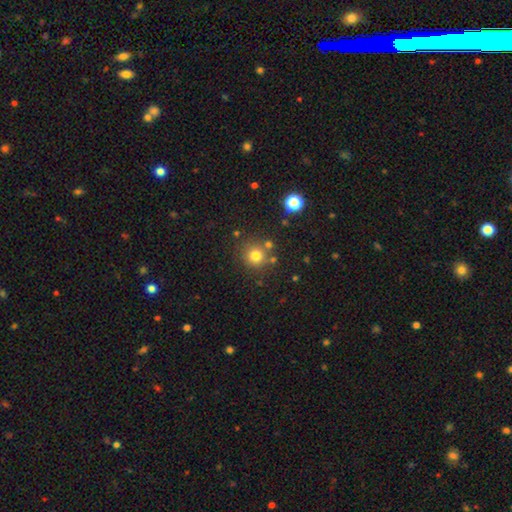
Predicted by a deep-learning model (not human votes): A smooth galaxy with no disk features (77%) that is round (93%).

Vote fractions:
- Smooth or featured? smooth: 77% / star or artifact: 15% / featured or disk: 8%
- How rounded? round: 93% / in between: 7% / cigar-shaped: 1%
- Merging? none: 79% / minor disturbance: 9% / merger: 8% / major disturbance: 3%